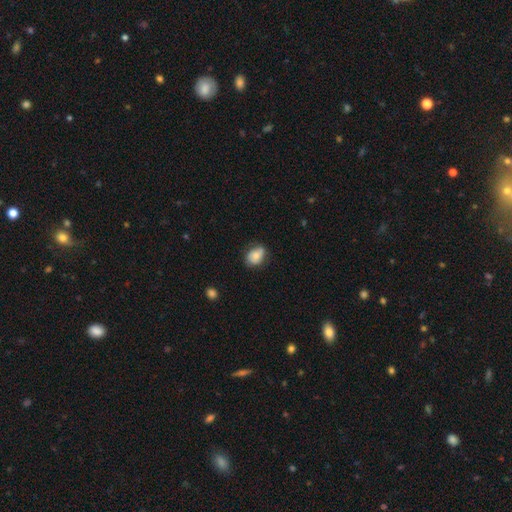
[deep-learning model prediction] This is likely a smooth galaxy (72%). How rounded: likely in between (71%). Merging: likely none (65%).